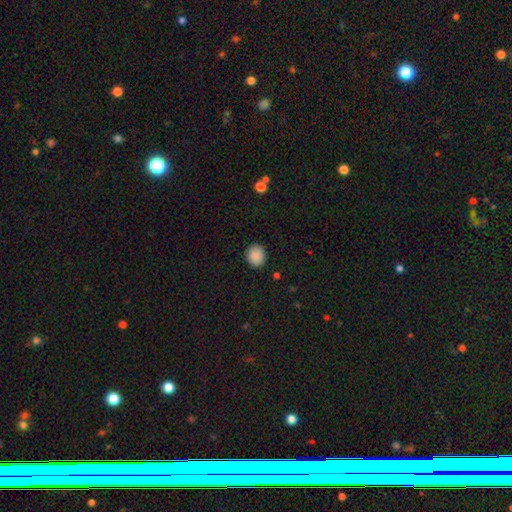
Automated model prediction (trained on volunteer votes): This is clearly a smooth galaxy (89%). How rounded: likely round (67%). Merging: clearly none (88%).